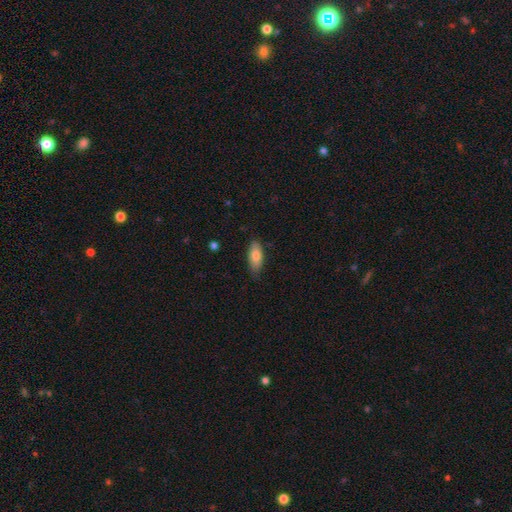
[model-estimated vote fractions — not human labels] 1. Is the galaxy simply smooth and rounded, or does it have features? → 79% smooth, 15% featured or disk, 6% star or artifact.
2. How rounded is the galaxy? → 84% in between, 13% cigar-shaped, 2% round.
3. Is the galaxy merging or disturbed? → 78% none, 18% minor disturbance, 3% major disturbance, 1% merger.